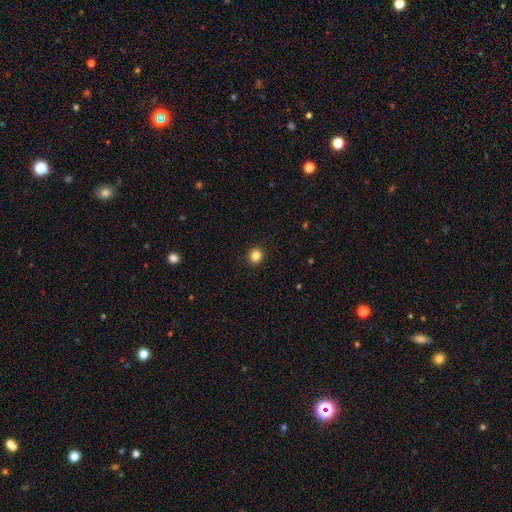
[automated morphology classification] smooth_or_featured: smooth (p=0.85) [alt: star or artifact p=0.11]
how_rounded: round (p=0.89) [alt: in between p=0.10]
merging: none (p=0.92) [alt: minor disturbance p=0.06]